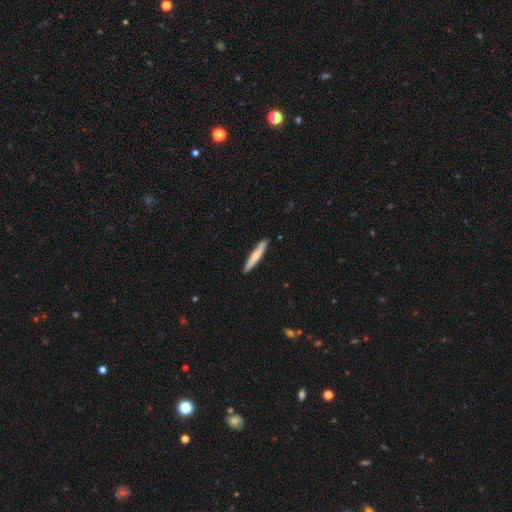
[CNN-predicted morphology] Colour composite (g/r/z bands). It shows a smooth galaxy with no disk features (69%) that is cigar-shaped (93%). Merging: none (88%).